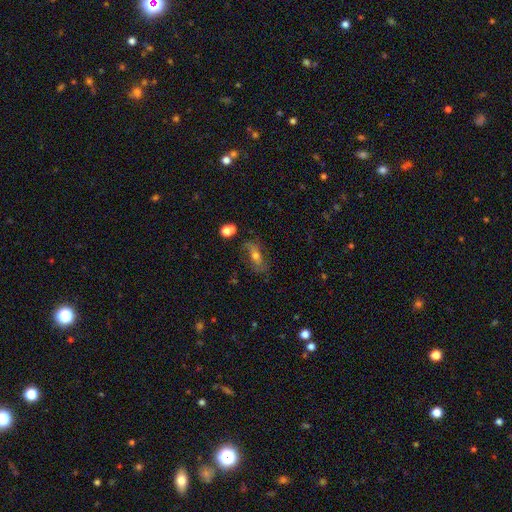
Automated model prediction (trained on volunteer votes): A featured or disk galaxy (45%). Merging: none (63%).